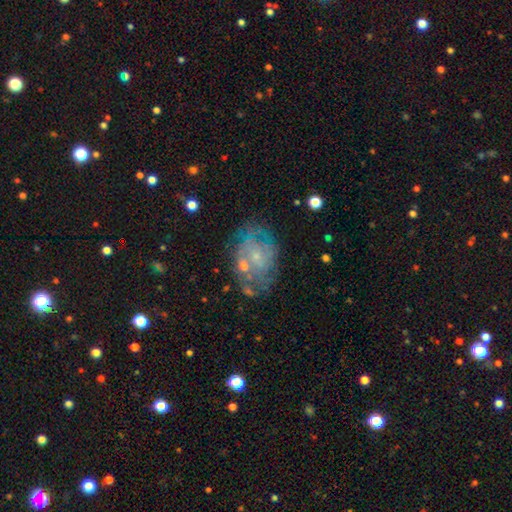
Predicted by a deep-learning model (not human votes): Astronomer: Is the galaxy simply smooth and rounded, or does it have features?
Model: featured or disk — 68%.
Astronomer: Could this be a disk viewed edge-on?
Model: no — 97%.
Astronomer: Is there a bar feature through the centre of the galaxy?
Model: no — 76%.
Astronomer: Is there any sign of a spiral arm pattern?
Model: yes — 64%.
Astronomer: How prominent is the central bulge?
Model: small — 75%.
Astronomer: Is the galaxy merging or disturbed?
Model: none — 58%.